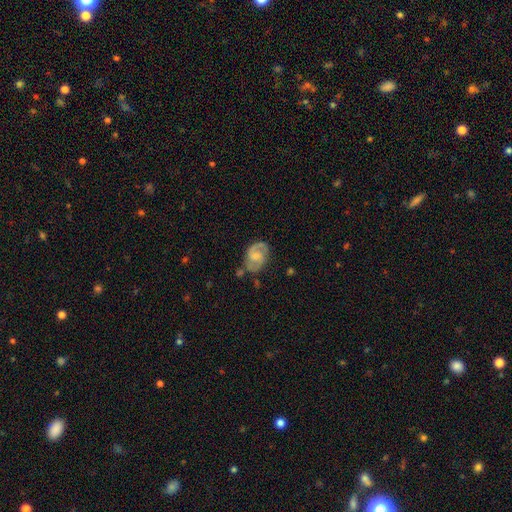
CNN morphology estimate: Smooth or featured: featured or disk — 75% (smooth — 19%)
Edge-on disk: no — 97% (yes — 3%)
Bar: weak — 49% (no — 41%)
Spiral arms: yes — 93% (no — 7%)
Spiral winding: medium — 55% (tight — 25%)
Spiral arm count: 2 — 88% (can't tell — 6%)
Bulge size: small — 39% (moderate — 36%)
Merging: none — 67% (minor disturbance — 20%)